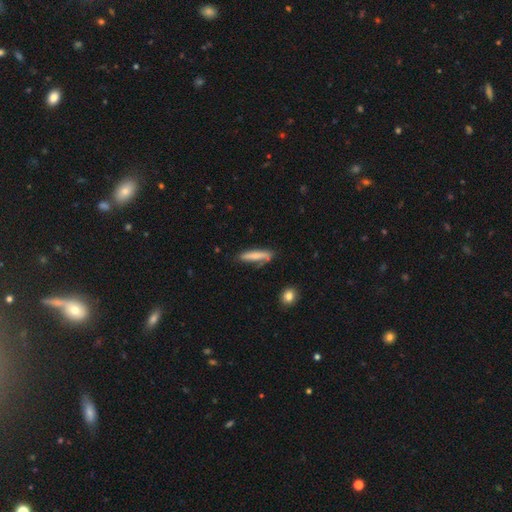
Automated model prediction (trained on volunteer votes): Smooth or featured? smooth (71%)
How rounded? cigar-shaped (85%)
Merging? none (67%)